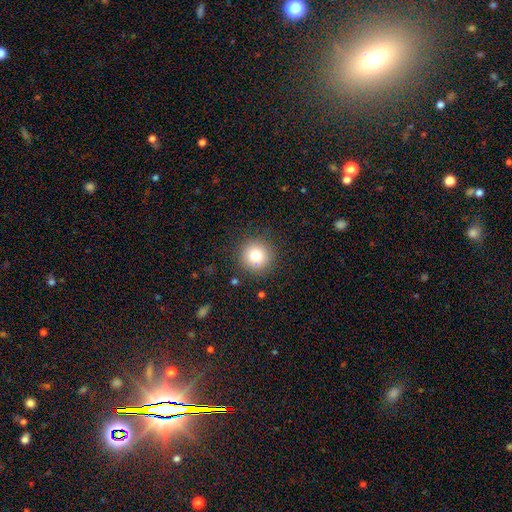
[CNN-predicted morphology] Smooth or featured? Predicted: smooth (p=0.79). How rounded? Predicted: round (p=0.95). Merging? Predicted: none (p=0.89).